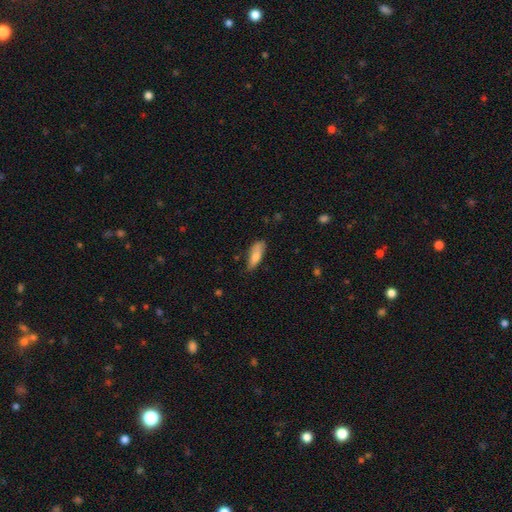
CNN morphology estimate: Smooth or featured: smooth — 79% (featured or disk — 14%)
How rounded: in between — 58% (cigar-shaped — 40%)
Merging: none — 62% (minor disturbance — 28%)